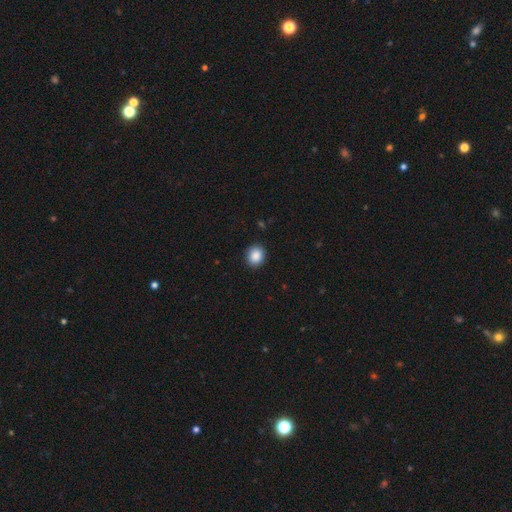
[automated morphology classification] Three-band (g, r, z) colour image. It shows a smooth galaxy with no disk features (88%) that is round (73%). Merging: none (90%).